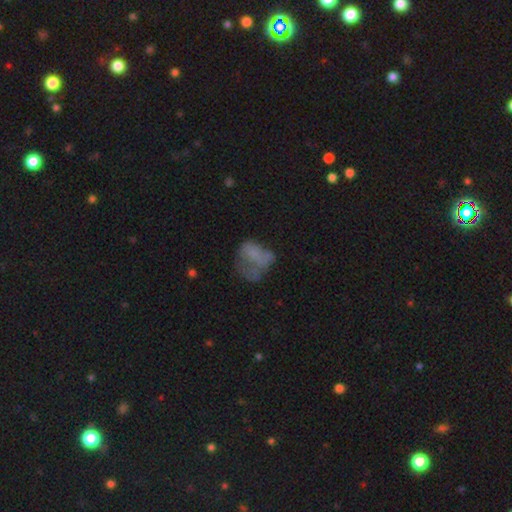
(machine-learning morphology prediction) A smooth galaxy with no disk features (55%) that is in between round and cigar-shaped (64%). Merging: major disturbance (39%).